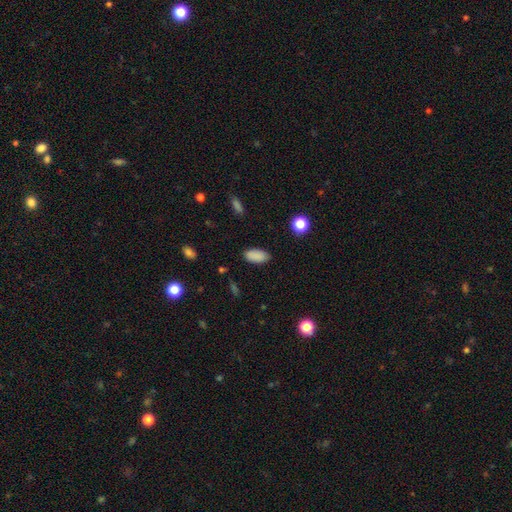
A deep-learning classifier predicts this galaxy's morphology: smooth 88%, star or artifact 9%, featured or disk 4%. Down the decision tree: how rounded — in between (92%); merging — none (87%).